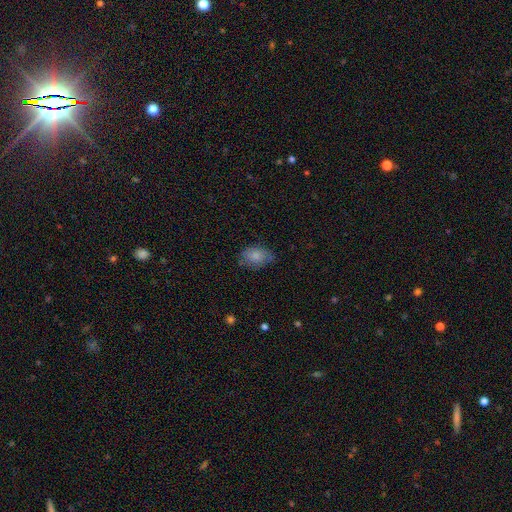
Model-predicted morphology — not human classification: A smooth galaxy with no disk features (83%) that is in between round and cigar-shaped (81%). Merging: none (70%).